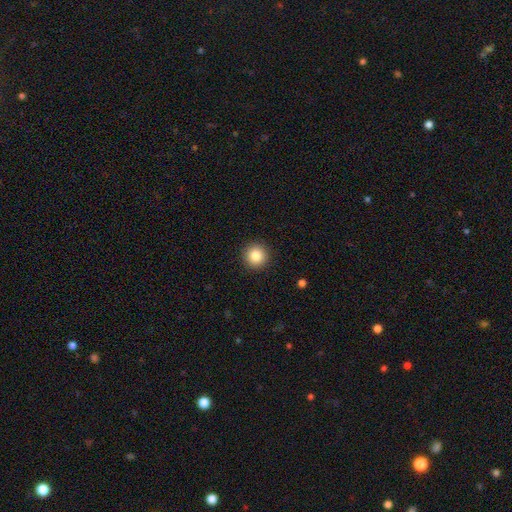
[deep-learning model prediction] A smooth galaxy with no disk features (86%) that is round (95%).

Vote fractions:
- Smooth or featured? smooth: 86% / star or artifact: 9% / featured or disk: 5%
- How rounded? round: 95% / in between: 4% / cigar-shaped: 1%
- Merging? none: 92% / minor disturbance: 5% / major disturbance: 2% / merger: 1%